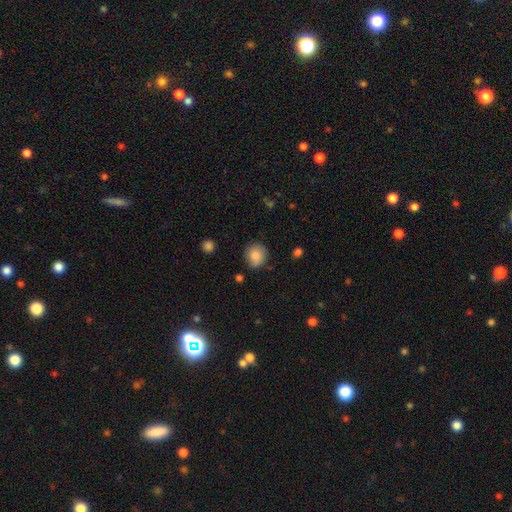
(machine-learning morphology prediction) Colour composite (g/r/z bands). It shows a smooth galaxy with no disk features (82%) that is round (79%). Merging: none (76%).